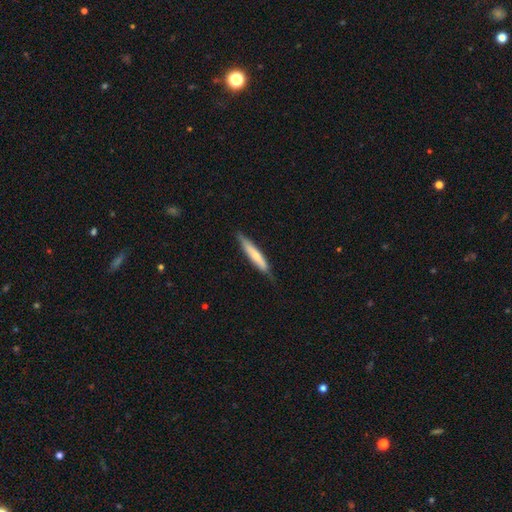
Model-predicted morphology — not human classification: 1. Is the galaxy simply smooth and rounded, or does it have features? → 64% smooth, 31% featured or disk, 5% star or artifact.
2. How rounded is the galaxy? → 91% cigar-shaped, 8% in between, 1% round.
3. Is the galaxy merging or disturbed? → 75% none, 21% minor disturbance, 3% major disturbance, 1% merger.